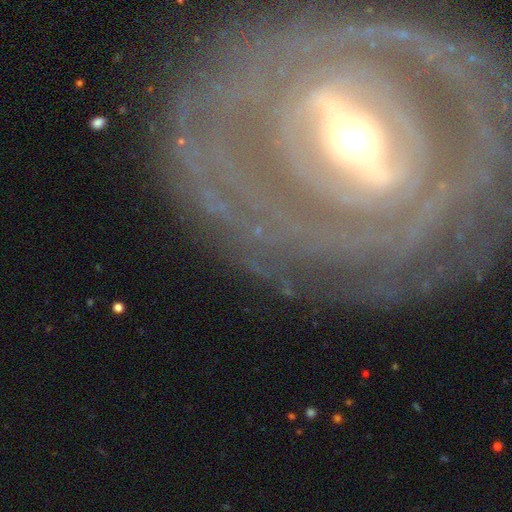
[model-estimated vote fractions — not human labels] Smooth or featured? featured or disk (86%)
Edge-on disk? no (86%)
Bar? strong (69%)
Spiral arms? yes (71%)
Spiral winding? tight (81%)
Spiral arm count? can't tell (46%)
Bulge size? moderate (63%)
Merging? none (81%)